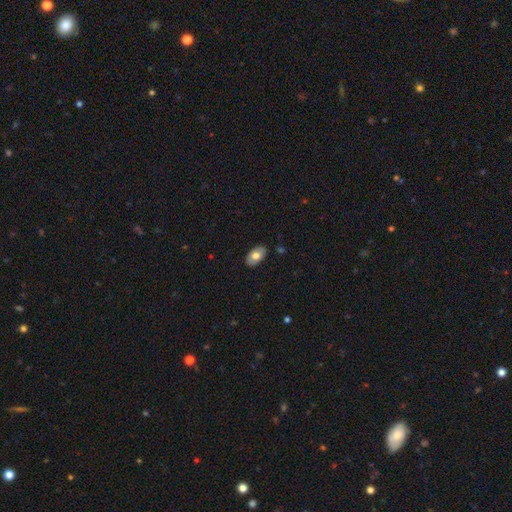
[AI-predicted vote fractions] This is likely a smooth galaxy (68%). How rounded: clearly in between (93%). Merging: clearly none (86%).